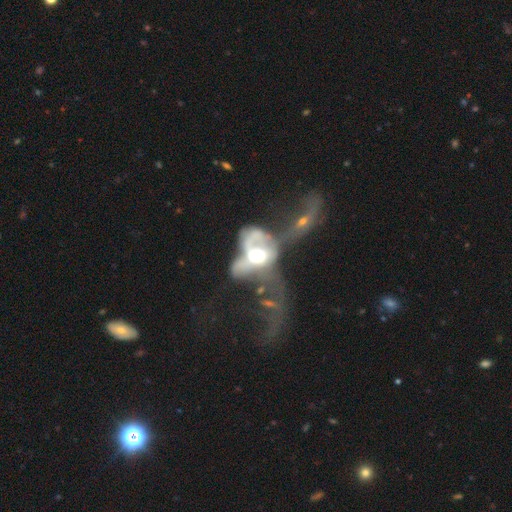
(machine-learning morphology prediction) This appears to be a featured or disk galaxy (61%) with no bar (75%), no spiral arms (65%) and a moderate central bulge (53%). Merging: merger (51%).